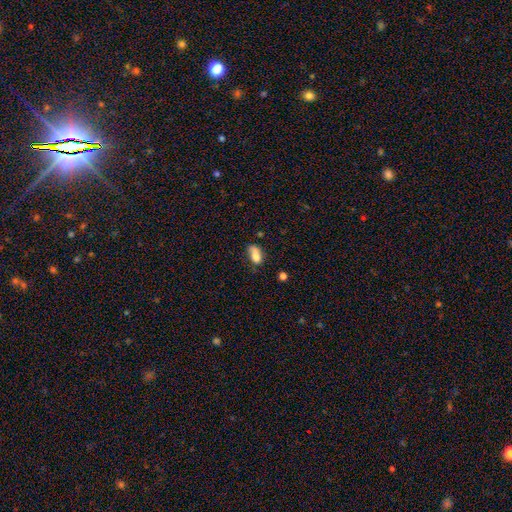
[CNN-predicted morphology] Smooth or featured: smooth — 77% (featured or disk — 13%)
How rounded: in between — 85% (round — 8%)
Merging: none — 41% (minor disturbance — 32%)